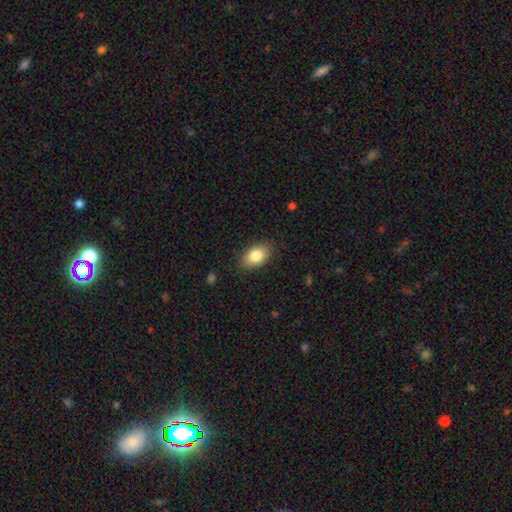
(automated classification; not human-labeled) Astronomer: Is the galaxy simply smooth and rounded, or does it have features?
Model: smooth — 83%.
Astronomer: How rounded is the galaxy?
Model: in between — 90%.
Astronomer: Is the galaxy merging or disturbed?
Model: none — 85%.